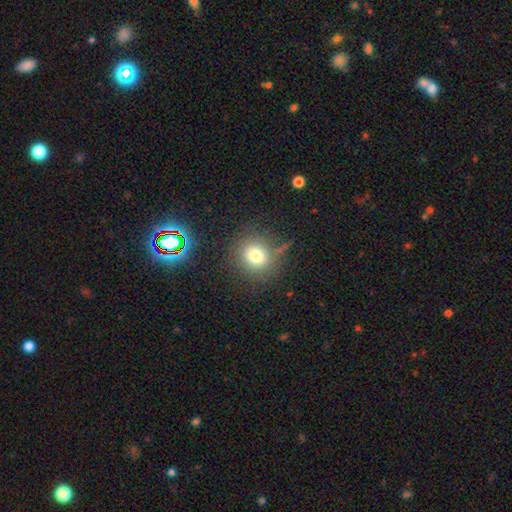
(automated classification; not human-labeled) The model was most divided on "smooth or featured": smooth: 76%, star or artifact: 14%, featured or disk: 9%. More confident: how rounded — round (84%); merging — none (79%).